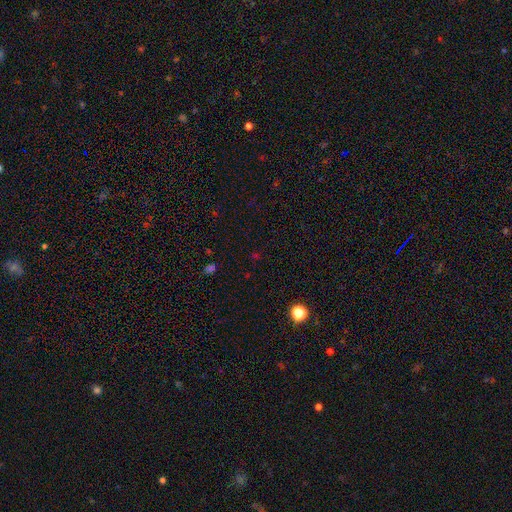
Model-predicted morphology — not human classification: Smooth or featured?
  - star or artifact: 60% *
  - smooth: 34%
  - featured or disk: 7%